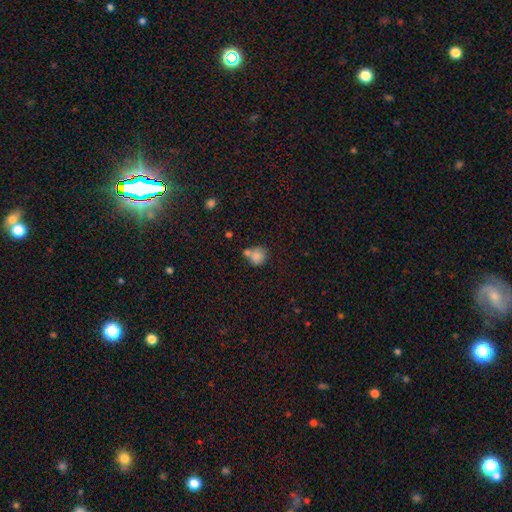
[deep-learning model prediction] smooth_or_featured: smooth (p=0.79) [alt: star or artifact p=0.11]
how_rounded: round (p=0.74) [alt: in between p=0.25]
merging: none (p=0.40) [alt: merger p=0.39]